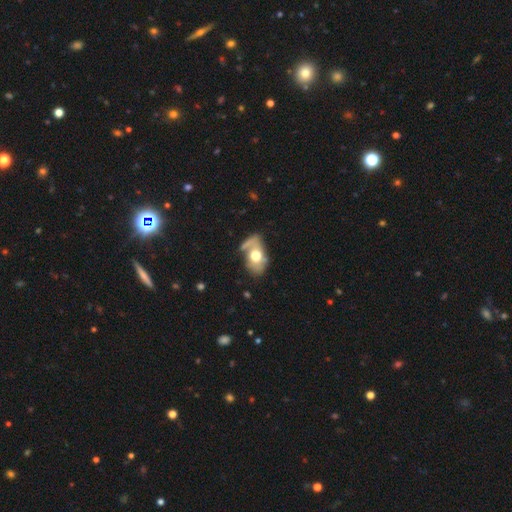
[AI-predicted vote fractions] Overall: smooth (49%; featured or disk 44%). Merging: none (42%; minor disturbance 28%).